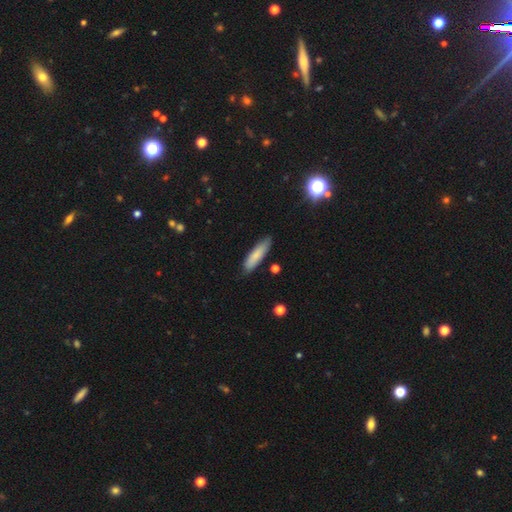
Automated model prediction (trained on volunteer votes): smooth-or-featured: smooth: 79% | featured or disk: 15% | star or artifact: 7%
  how-rounded: cigar-shaped: 70% | in between: 28% | round: 2%
  merging: none: 83% | minor disturbance: 13% | major disturbance: 2% | merger: 2%